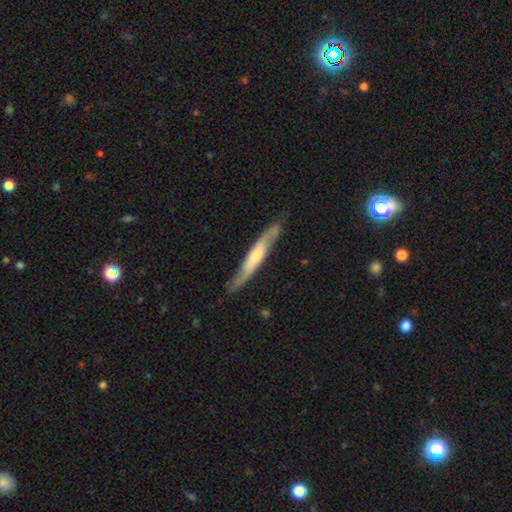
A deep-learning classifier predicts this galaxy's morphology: This appears to be a featured or disk galaxy (57%) viewed edge-on (75%). Merging: none (79%).